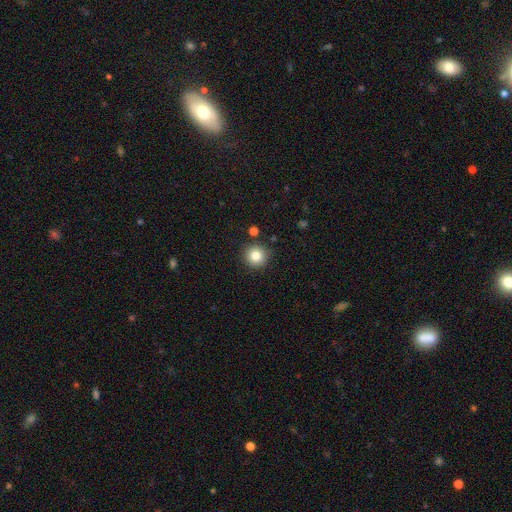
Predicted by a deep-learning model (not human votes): A smooth galaxy with no disk features (83%) that is round (94%). Merging: none (87%).